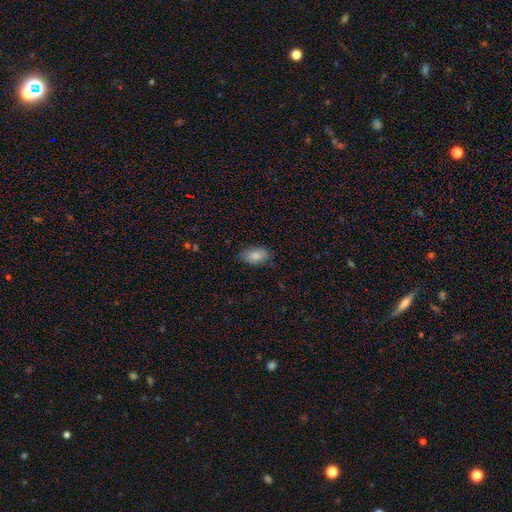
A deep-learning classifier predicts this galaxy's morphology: type=smooth (84%); roundness=in between (91%); merging=none (77%).